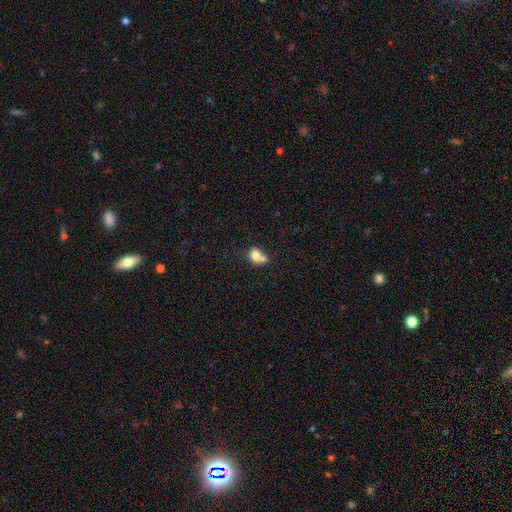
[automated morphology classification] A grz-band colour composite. It shows a smooth galaxy with no disk features (73%) that is in between round and cigar-shaped (52%). Merging: merger (56%).